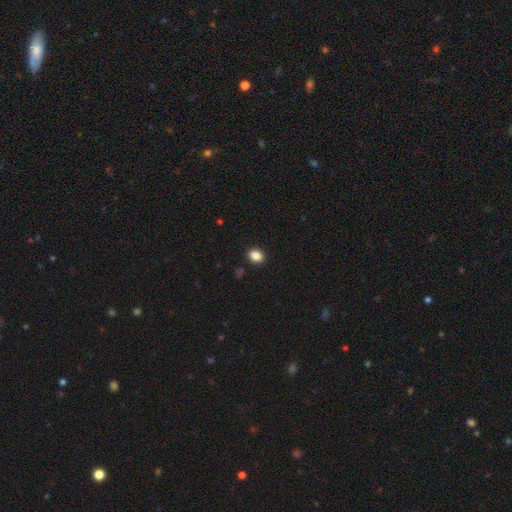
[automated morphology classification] The model was most divided on "how rounded": in between: 55%, round: 44%, cigar-shaped: 1%. More confident: merging — none (90%); smooth or featured — smooth (87%).